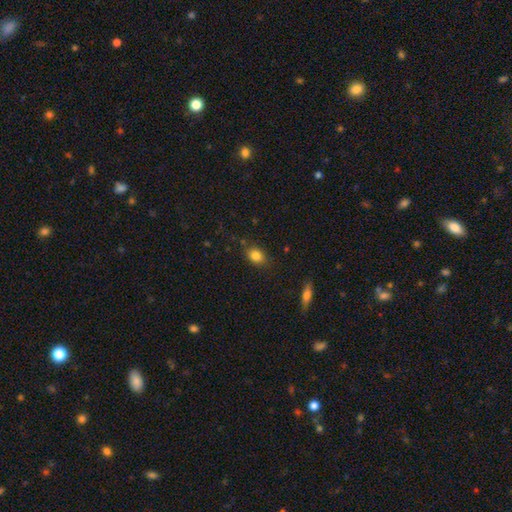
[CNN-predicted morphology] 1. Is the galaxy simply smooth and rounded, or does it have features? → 83% smooth, 10% star or artifact, 7% featured or disk.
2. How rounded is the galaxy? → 64% in between, 34% round, 2% cigar-shaped.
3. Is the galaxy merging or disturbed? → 79% none, 15% minor disturbance, 4% major disturbance, 2% merger.